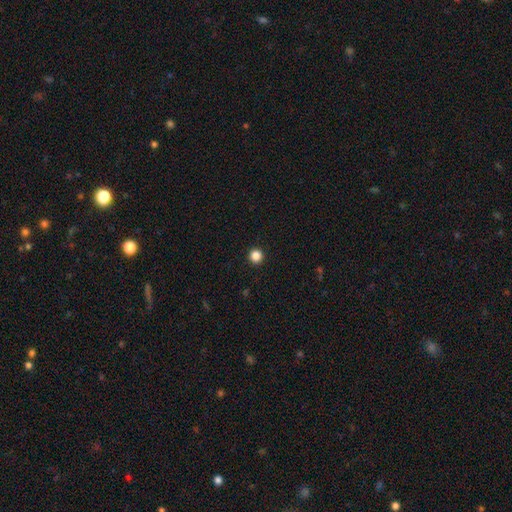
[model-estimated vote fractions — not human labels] This appears to be a smooth galaxy with no disk features (86%) that is round (96%). Merging: none (94%).